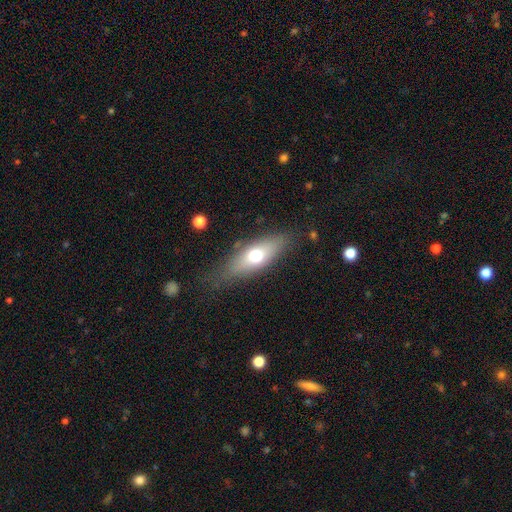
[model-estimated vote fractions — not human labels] This appears to be a smooth galaxy with no disk features (60%) that is in between round and cigar-shaped (63%). Merging: none (75%).